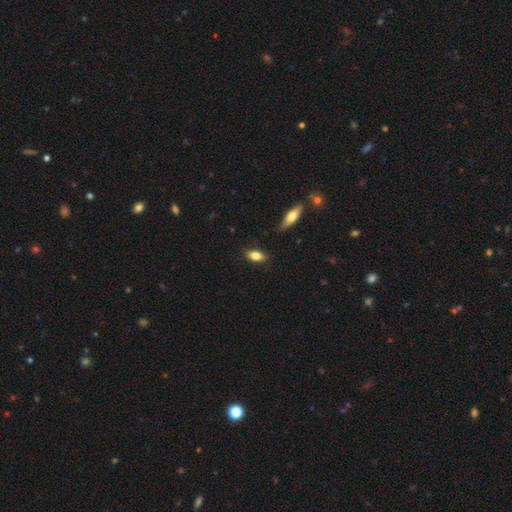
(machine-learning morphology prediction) smooth_or_featured: smooth (p=0.79) [alt: featured or disk p=0.14]
how_rounded: in between (p=0.83) [alt: cigar-shaped p=0.13]
merging: none (p=0.85) [alt: minor disturbance p=0.11]